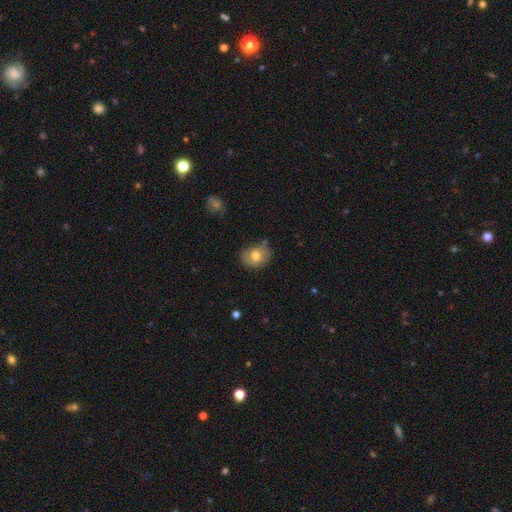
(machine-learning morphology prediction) smooth-or-featured: smooth: 72% | featured or disk: 20% | star or artifact: 9%
  how-rounded: round: 54% | in between: 45% | cigar-shaped: 1%
  merging: none: 67% | minor disturbance: 23% | major disturbance: 5% | merger: 5%